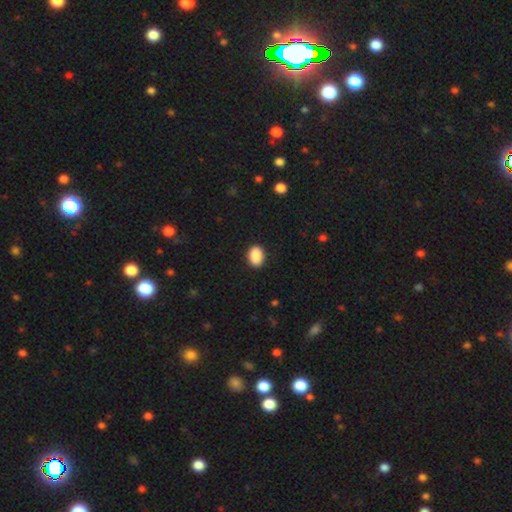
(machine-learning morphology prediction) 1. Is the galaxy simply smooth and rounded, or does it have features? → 90% smooth, 7% star or artifact, 3% featured or disk.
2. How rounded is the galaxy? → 81% in between, 17% round, 1% cigar-shaped.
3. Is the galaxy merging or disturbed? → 90% none, 7% minor disturbance, 2% major disturbance, 1% merger.